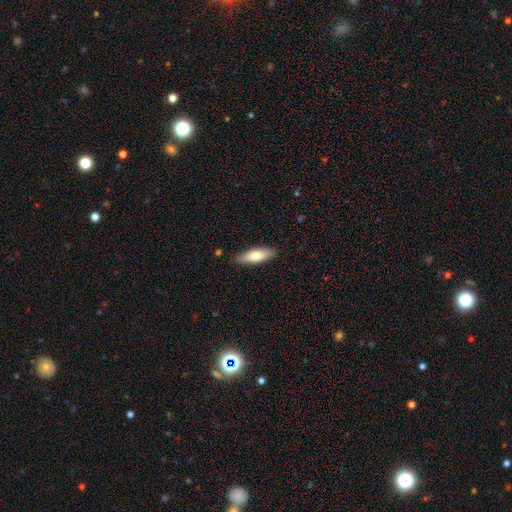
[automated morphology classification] Smooth or featured? smooth (75%)
How rounded? in between (52%)
Merging? none (88%)